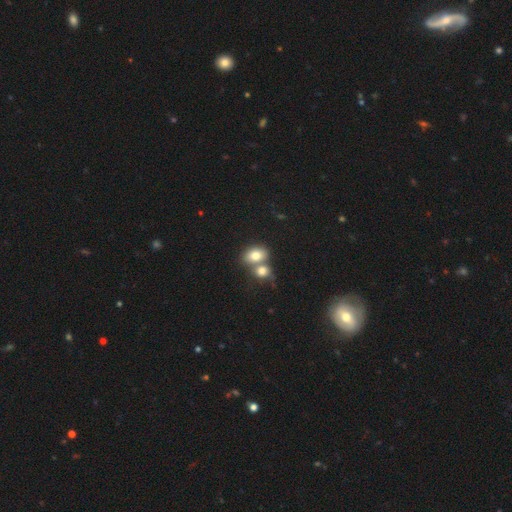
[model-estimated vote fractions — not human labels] This is likely a smooth galaxy (78%). How rounded: likely in between (70%). Merging: possibly merger (55%).